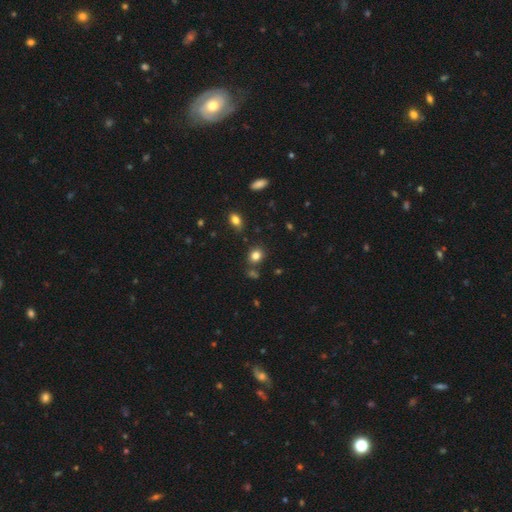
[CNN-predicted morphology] smooth-or-featured: smooth: 81% | star or artifact: 13% | featured or disk: 6%
  how-rounded: round: 67% | in between: 32% | cigar-shaped: 1%
  merging: none: 78% | minor disturbance: 11% | merger: 8% | major disturbance: 3%